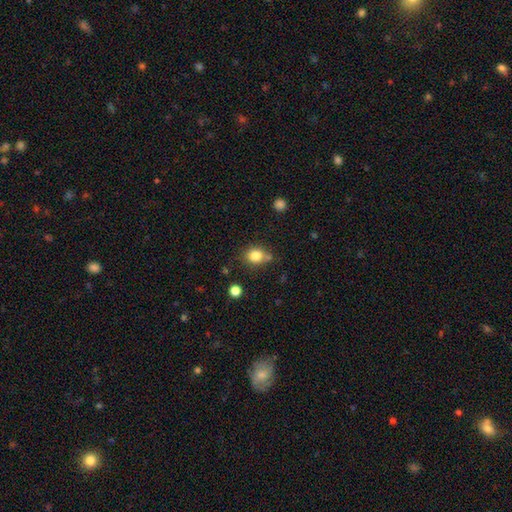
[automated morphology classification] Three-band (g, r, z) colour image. It shows a smooth galaxy with no disk features (82%) that is round (68%). Merging: none (69%).